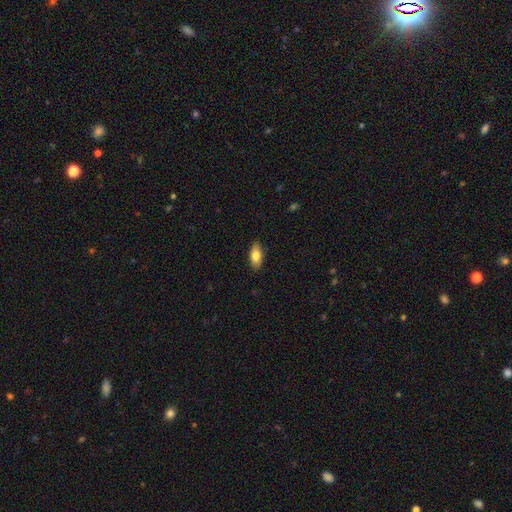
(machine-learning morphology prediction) smooth_or_featured: smooth (p=0.80) [alt: featured or disk p=0.14]
how_rounded: in between (p=0.86) [alt: cigar-shaped p=0.11]
merging: none (p=0.88) [alt: minor disturbance p=0.09]